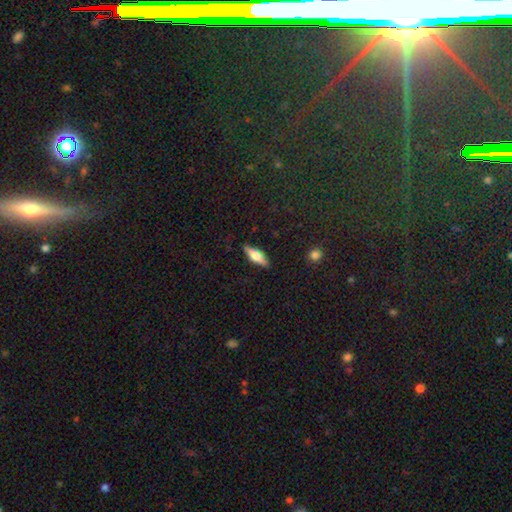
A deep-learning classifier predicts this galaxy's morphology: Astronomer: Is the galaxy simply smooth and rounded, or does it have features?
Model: featured or disk — 53% (runner-up: smooth, 41%).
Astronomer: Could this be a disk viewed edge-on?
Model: yes — 94%.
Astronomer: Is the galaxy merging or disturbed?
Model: none — 87%.